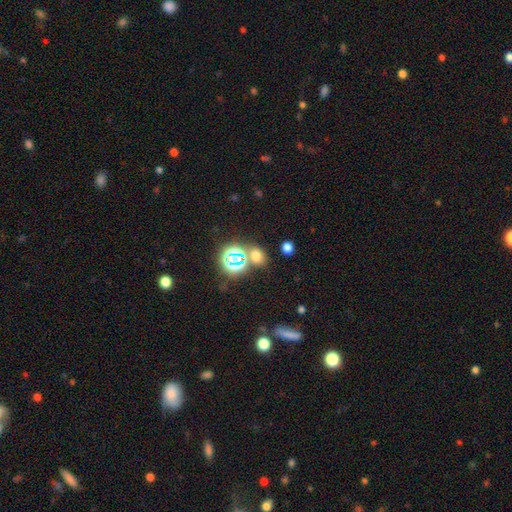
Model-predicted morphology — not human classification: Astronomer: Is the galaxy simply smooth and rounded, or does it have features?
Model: smooth — 57% (runner-up: star or artifact, 36%).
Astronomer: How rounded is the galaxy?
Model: in between — 49%, tied with round at 49%.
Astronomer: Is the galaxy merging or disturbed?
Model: none — 71%.